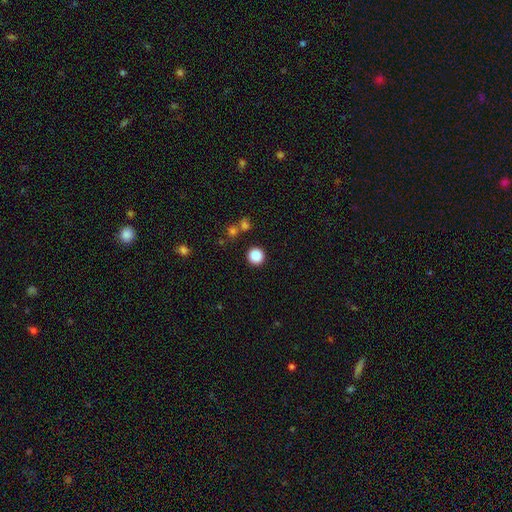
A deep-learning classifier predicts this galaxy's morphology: smooth 87%, star or artifact 11%, featured or disk 3%. Down the decision tree: how rounded — round (95%); merging — none (89%).